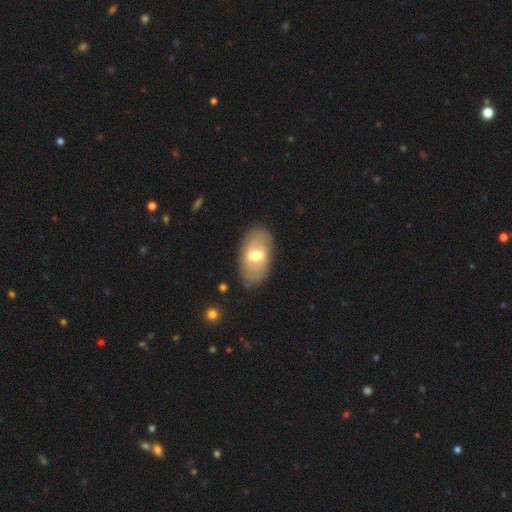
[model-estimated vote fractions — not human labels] Smooth or featured? featured or disk (48%)
Merging? none (82%)